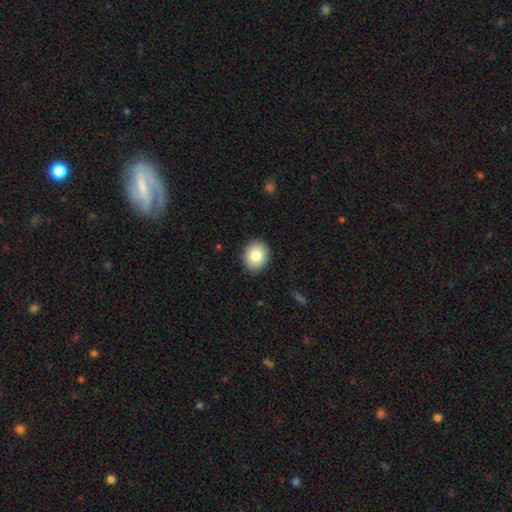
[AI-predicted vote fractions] Smooth or featured: smooth — 82% (featured or disk — 10%)
How rounded: round — 74% (in between — 25%)
Merging: none — 90% (minor disturbance — 7%)